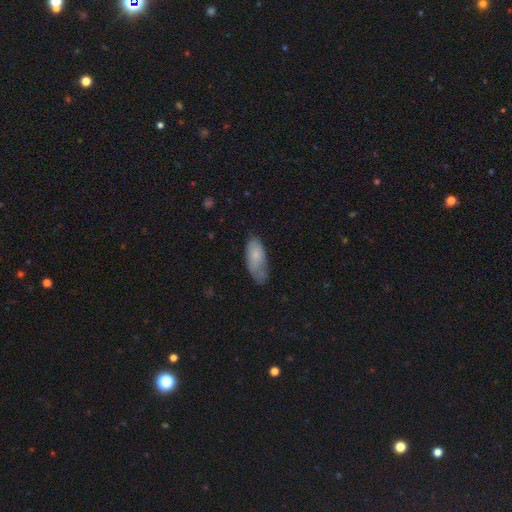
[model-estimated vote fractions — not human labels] Q: Smooth or featured?
A: smooth (73%); runner-up: featured or disk (20%)
Q: How rounded?
A: in between (85%); runner-up: cigar-shaped (13%)
Q: Merging?
A: none (48%); runner-up: minor disturbance (36%)